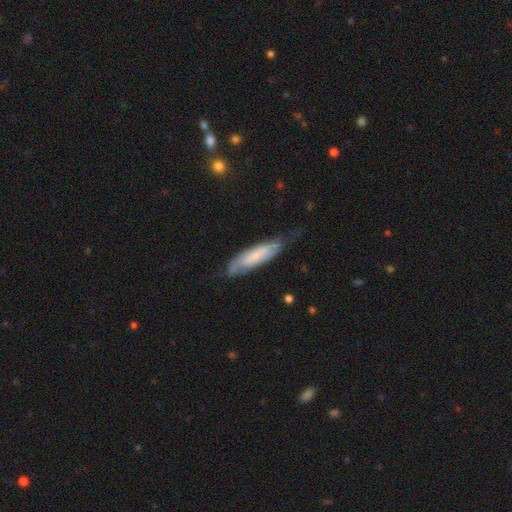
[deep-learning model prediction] A featured or disk galaxy (51%).

Vote fractions:
- Smooth or featured? featured or disk: 51% / smooth: 43% / star or artifact: 6%
- Edge-on disk? no: 68% / yes: 32%
- Merging? none: 60% / minor disturbance: 28% / major disturbance: 10% / merger: 2%